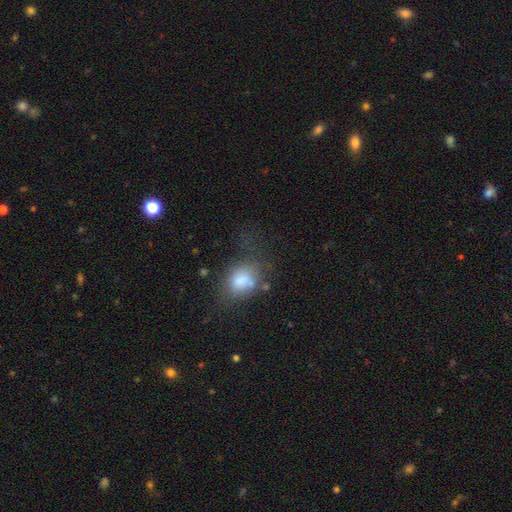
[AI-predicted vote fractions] A smooth galaxy with no disk features (65%) that is round (55%).

Vote fractions:
- Smooth or featured? smooth: 65% / star or artifact: 20% / featured or disk: 14%
- How rounded? round: 55% / in between: 42% / cigar-shaped: 2%
- Merging? none: 51% / minor disturbance: 26% / major disturbance: 19% / merger: 4%